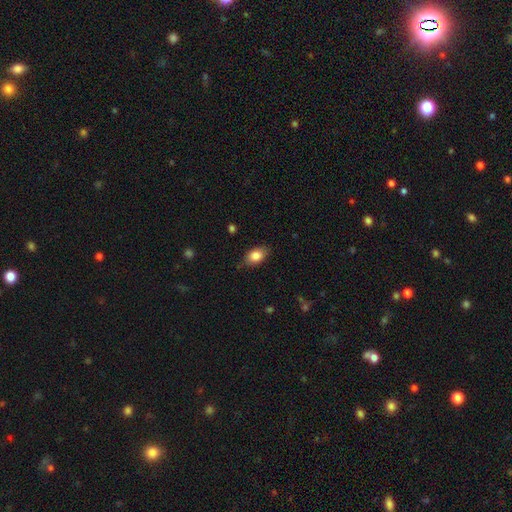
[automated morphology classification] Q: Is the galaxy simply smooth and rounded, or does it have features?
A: smooth — 84%.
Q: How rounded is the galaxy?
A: in between — 85%.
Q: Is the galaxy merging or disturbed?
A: none — 81%.